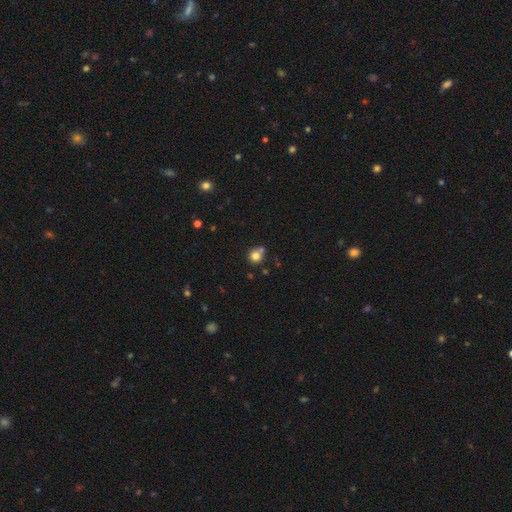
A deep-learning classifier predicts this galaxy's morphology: smooth 80%, star or artifact 12%, featured or disk 9%. Down the decision tree: how rounded — round (86%); merging — none (58%).